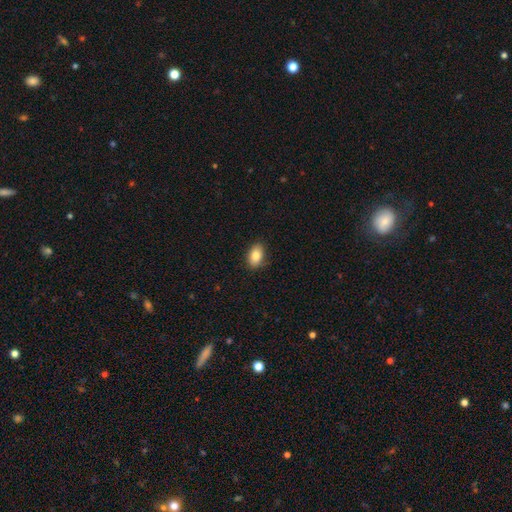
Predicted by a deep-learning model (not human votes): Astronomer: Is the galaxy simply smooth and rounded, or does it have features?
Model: smooth — 85%.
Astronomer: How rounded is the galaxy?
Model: in between — 89%.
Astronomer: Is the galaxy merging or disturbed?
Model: none — 85%.